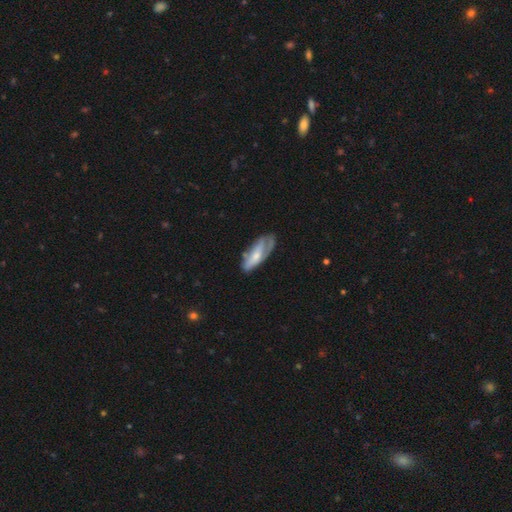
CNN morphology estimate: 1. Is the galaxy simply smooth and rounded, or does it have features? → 50% smooth, 44% featured or disk, 6% star or artifact.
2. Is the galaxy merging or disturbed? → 44% none, 31% minor disturbance, 20% major disturbance, 5% merger.